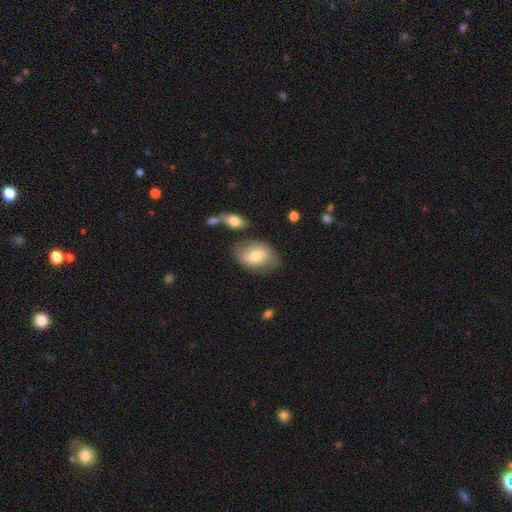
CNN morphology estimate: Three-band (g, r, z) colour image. It shows a smooth galaxy with no disk features (65%) that is in between round and cigar-shaped (83%). Merging: none (68%).